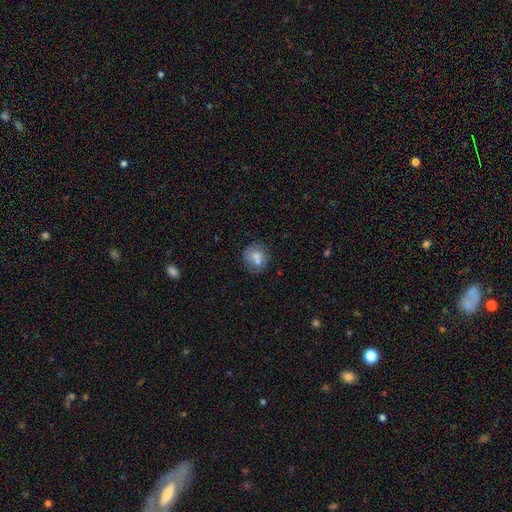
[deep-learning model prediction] smooth 70%, featured or disk 21%, star or artifact 9%. Down the decision tree: how rounded — round (79%); merging — none (57%).